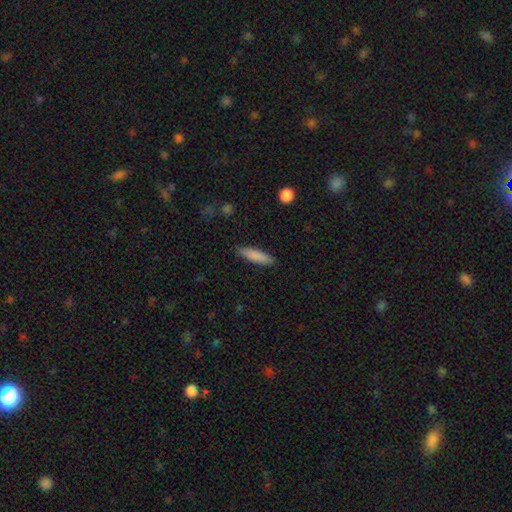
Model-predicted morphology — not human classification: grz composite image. It shows a smooth galaxy with no disk features (85%) that is cigar-shaped (72%). Merging: none (87%).